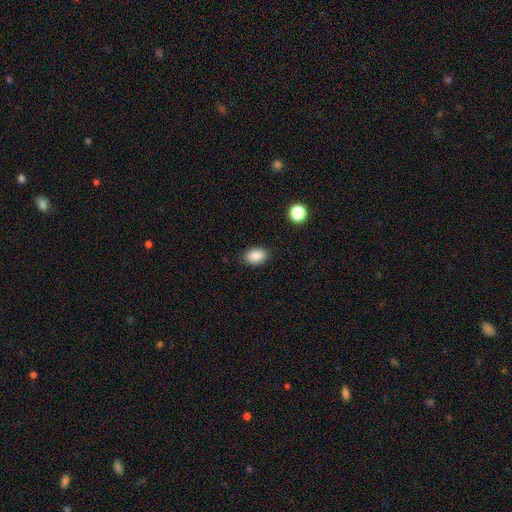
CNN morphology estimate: A smooth galaxy with no disk features (87%) that is in between round and cigar-shaped (85%).

Vote fractions:
- Smooth or featured? smooth: 87% / star or artifact: 9% / featured or disk: 4%
- How rounded? in between: 85% / round: 14% / cigar-shaped: 1%
- Merging? none: 87% / minor disturbance: 9% / major disturbance: 2% / merger: 1%